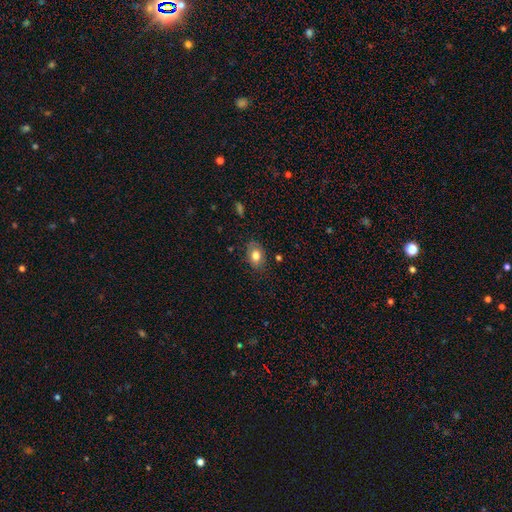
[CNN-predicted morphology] The model was most divided on "how rounded": in between: 80%, round: 19%, cigar-shaped: 1%. More confident: smooth or featured — smooth (78%); merging — none (78%).